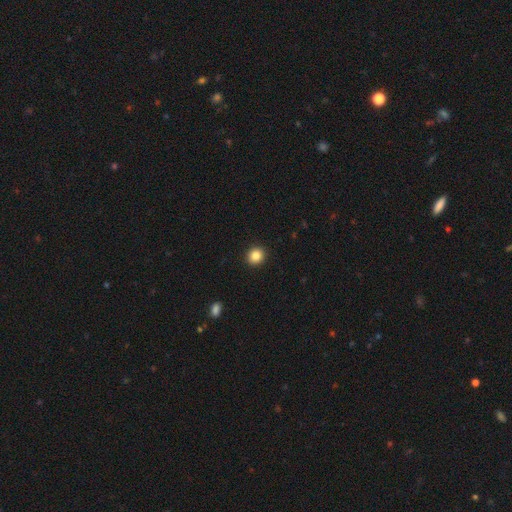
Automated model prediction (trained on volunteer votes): A smooth galaxy with no disk features (85%) that is round (85%). Merging: none (93%).